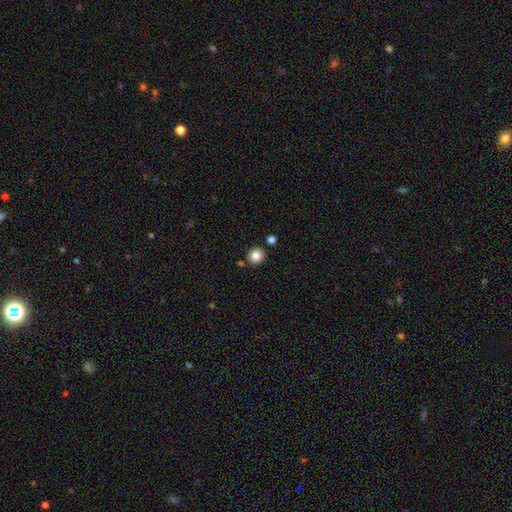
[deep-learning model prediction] Morphology: type=smooth (84%); roundness=round (93%); merging=none (87%).